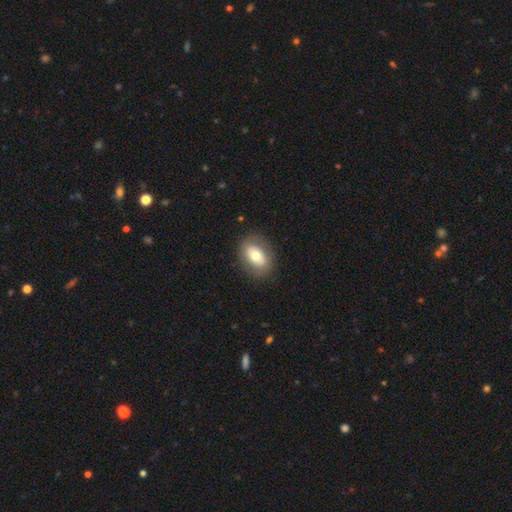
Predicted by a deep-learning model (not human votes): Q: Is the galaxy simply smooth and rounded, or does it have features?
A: smooth — 63%.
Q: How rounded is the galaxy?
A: in between — 77%.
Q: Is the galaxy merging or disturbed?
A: none — 83%.